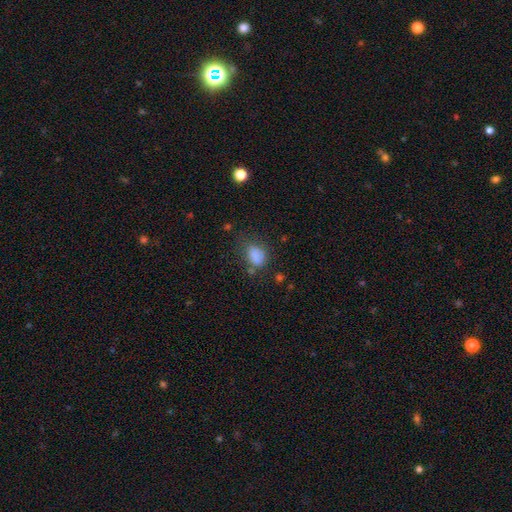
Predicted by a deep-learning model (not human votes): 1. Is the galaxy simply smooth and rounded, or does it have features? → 81% smooth, 12% star or artifact, 8% featured or disk.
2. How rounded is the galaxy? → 75% in between, 23% round, 1% cigar-shaped.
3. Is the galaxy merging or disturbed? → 51% none, 28% minor disturbance, 16% major disturbance, 6% merger.